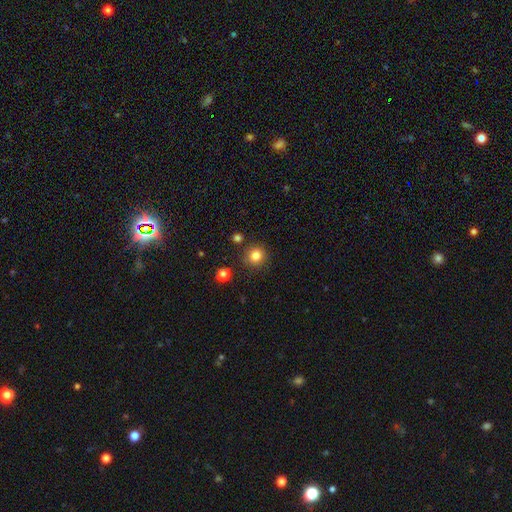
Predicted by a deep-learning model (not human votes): This appears to be a smooth galaxy with no disk features (83%) that is round (93%). Merging: none (87%).